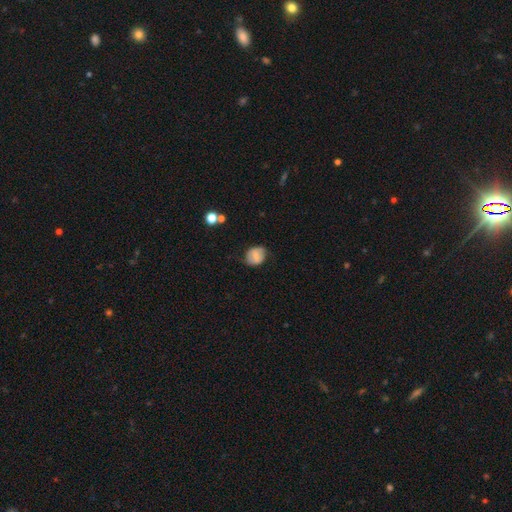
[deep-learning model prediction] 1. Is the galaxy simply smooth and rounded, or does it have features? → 63% smooth, 28% featured or disk, 9% star or artifact.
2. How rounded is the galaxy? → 64% round, 35% in between, 1% cigar-shaped.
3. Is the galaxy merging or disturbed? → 73% none, 21% minor disturbance, 5% major disturbance, 2% merger.